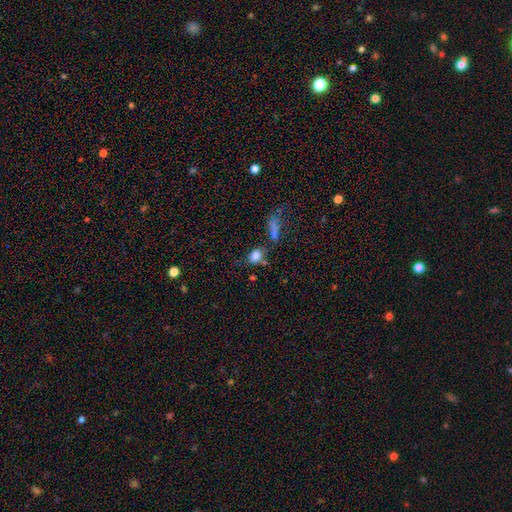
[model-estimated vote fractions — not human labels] smooth 78%, star or artifact 13%, featured or disk 9%. Down the decision tree: how rounded — in between (68%); merging — none (51%).